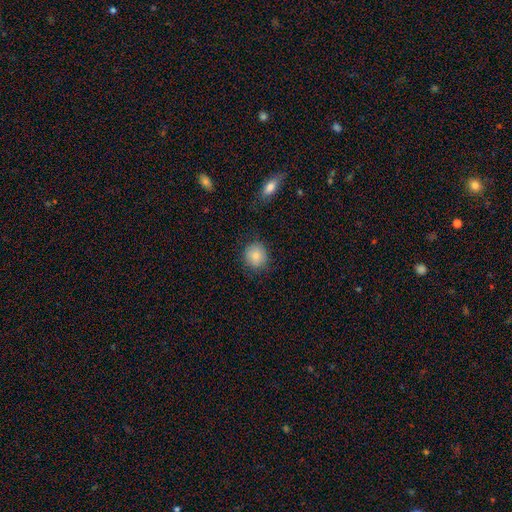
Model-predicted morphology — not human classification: Q: Smooth or featured?
A: smooth (83%); runner-up: featured or disk (9%)
Q: How rounded?
A: round (82%); runner-up: in between (17%)
Q: Merging?
A: none (81%); runner-up: minor disturbance (14%)